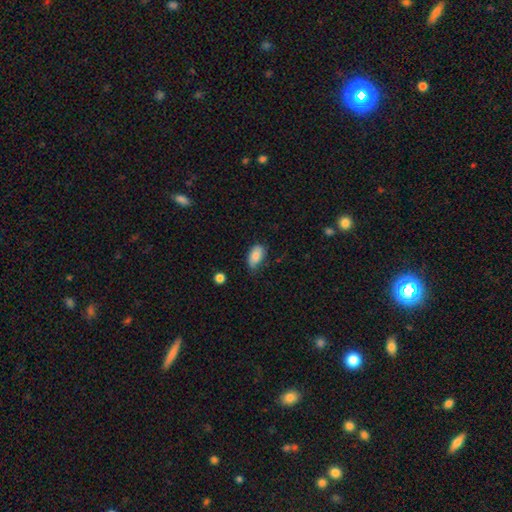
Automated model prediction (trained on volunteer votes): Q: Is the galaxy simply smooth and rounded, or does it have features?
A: smooth — 84%.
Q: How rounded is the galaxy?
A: in between — 93%.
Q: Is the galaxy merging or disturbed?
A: none — 65%.